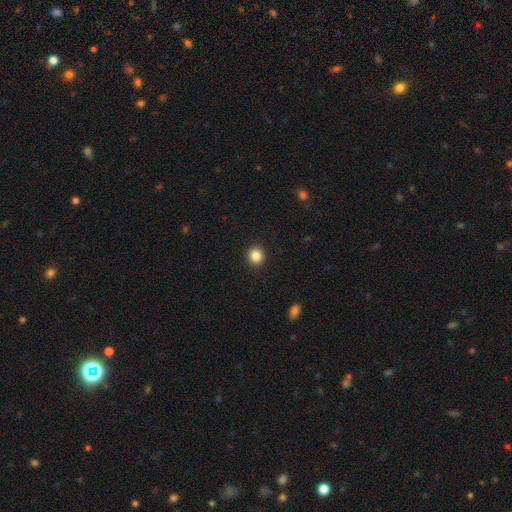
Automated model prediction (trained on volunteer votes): This appears to be a smooth galaxy with no disk features (86%) that is round (87%). Merging: none (92%).